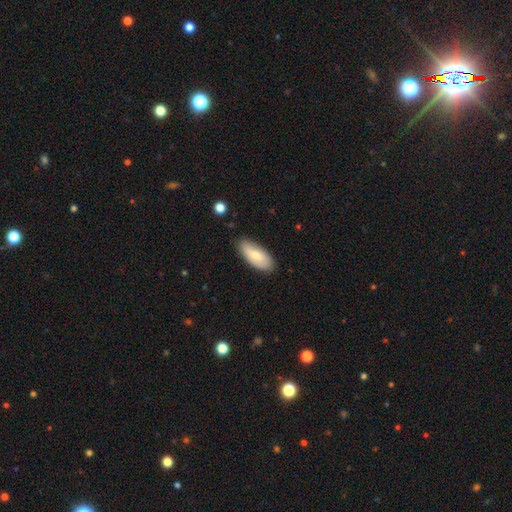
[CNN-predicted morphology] A smooth galaxy with no disk features (72%) that is in between round and cigar-shaped (88%). Merging: none (83%).